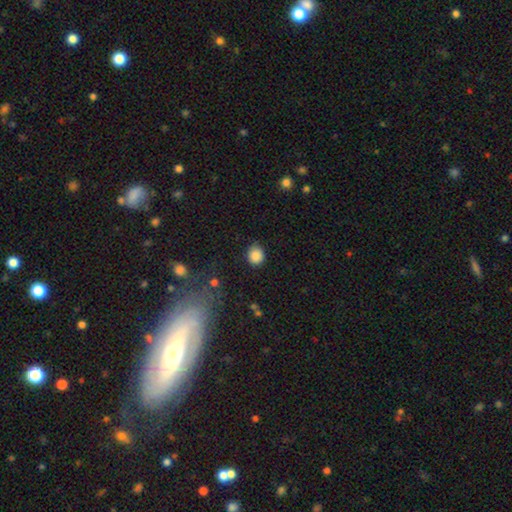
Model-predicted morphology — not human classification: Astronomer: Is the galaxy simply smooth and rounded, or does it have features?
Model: smooth — 87%.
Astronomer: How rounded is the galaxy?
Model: round — 76%.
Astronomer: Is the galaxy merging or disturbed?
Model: none — 82%.